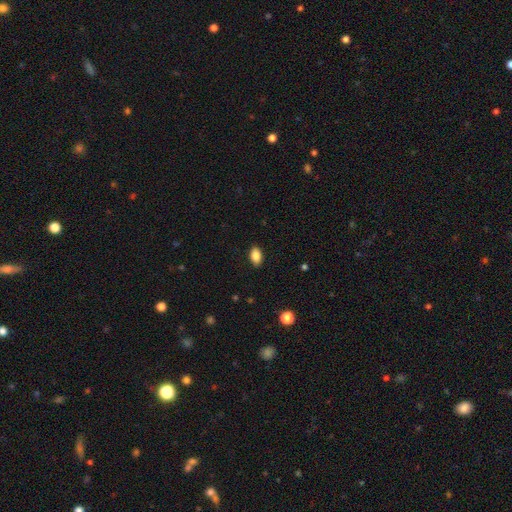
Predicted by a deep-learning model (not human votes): The model was most divided on "smooth or featured": smooth: 86%, star or artifact: 8%, featured or disk: 6%. More confident: how rounded — in between (91%); merging — none (89%).